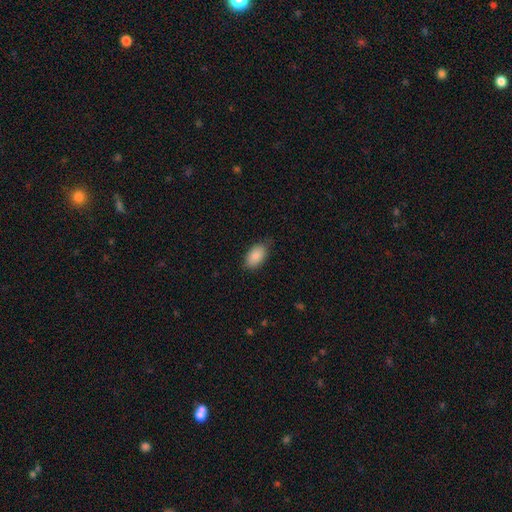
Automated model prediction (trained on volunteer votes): Smooth or featured? smooth (88%)
How rounded? in between (93%)
Merging? none (78%)